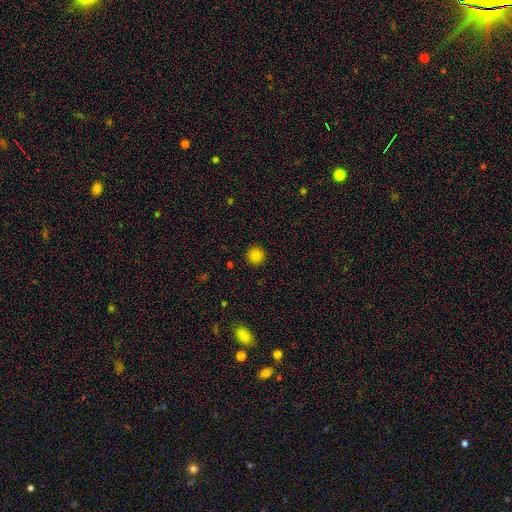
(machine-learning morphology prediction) A smooth galaxy with no disk features (84%) that is round (95%). Merging: none (92%).